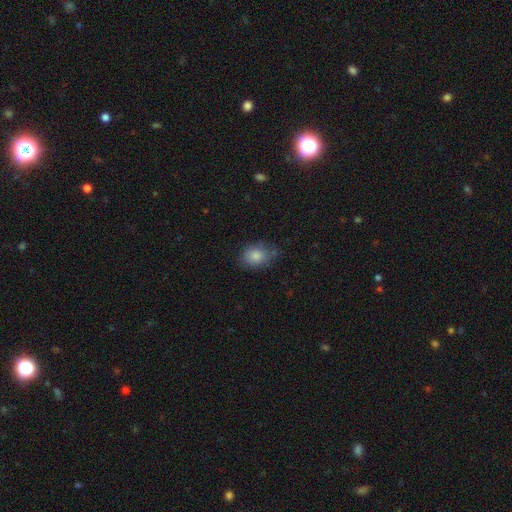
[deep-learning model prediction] Smooth or featured?
  - smooth: 84% *
  - star or artifact: 9%
  - featured or disk: 7%
How rounded?
  - in between: 59% *
  - round: 40%
  - cigar-shaped: 1%
Merging?
  - none: 69% *
  - minor disturbance: 23%
  - major disturbance: 5%
  - merger: 3%